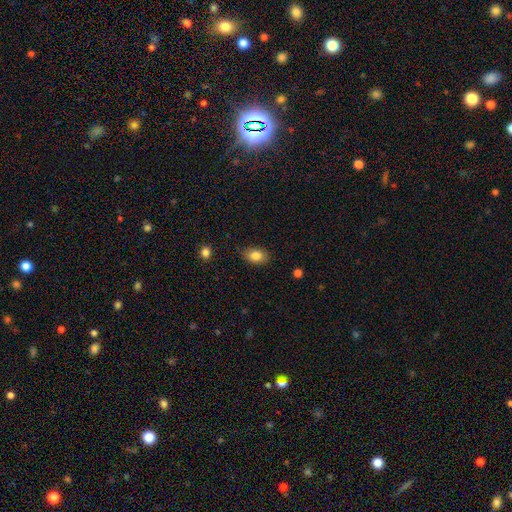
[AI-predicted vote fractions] A smooth galaxy with no disk features (84%) that is in between round and cigar-shaped (84%). Merging: none (79%).